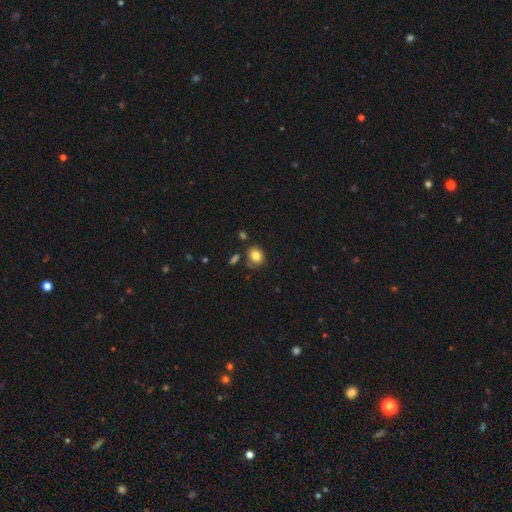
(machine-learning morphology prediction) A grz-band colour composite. It shows a smooth galaxy with no disk features (83%) that is round (56%). Merging: none (75%).